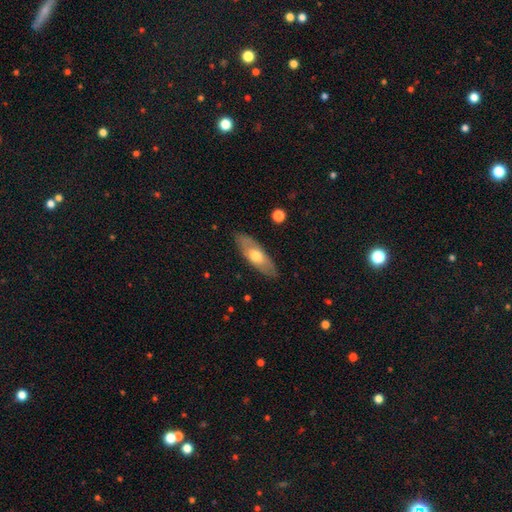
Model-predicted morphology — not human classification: smooth_or_featured: smooth (p=0.55) [alt: featured or disk p=0.40]
how_rounded: in between (p=0.69) [alt: cigar-shaped p=0.28]
merging: none (p=0.84) [alt: minor disturbance p=0.12]